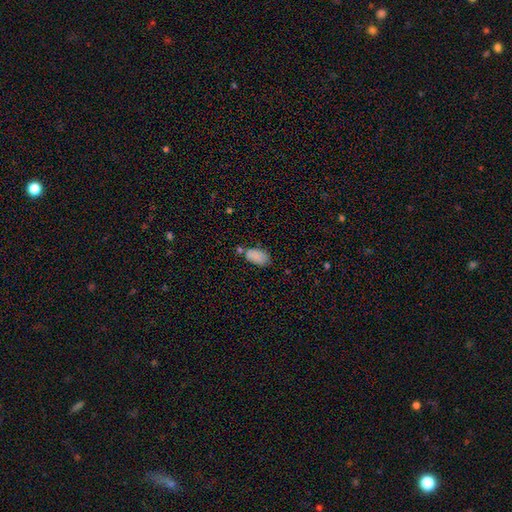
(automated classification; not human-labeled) Morphology: type=smooth (85%); roundness=in between (93%); merging=none (62%).